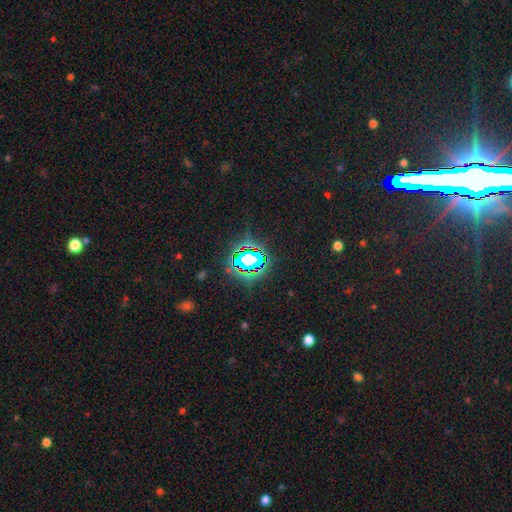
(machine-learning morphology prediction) Overall: star or artifact (73%).